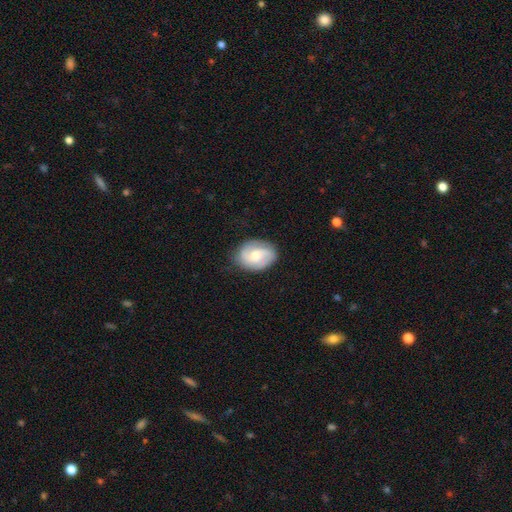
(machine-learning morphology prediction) The model was most divided on "spiral winding": medium: 45%, tight: 34%, loose: 22%. More confident: edge-on disk — no (97%); spiral arms — yes (93%); merging — none (78%); smooth or featured — featured or disk (67%); bar — no (59%); bulge size — moderate (54%); spiral arm count — 2 (51%).